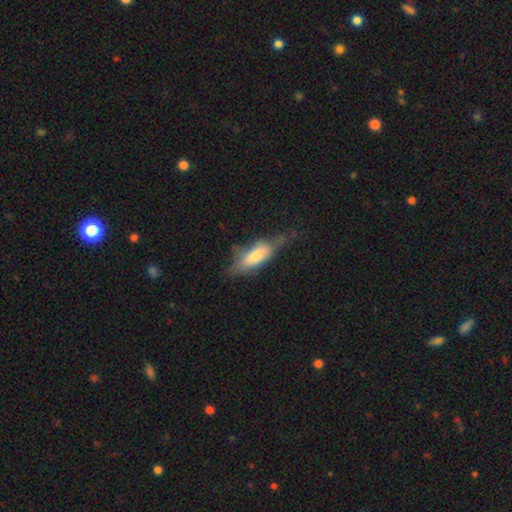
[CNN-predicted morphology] Overall: smooth (70%). How rounded: in between (68%; cigar-shaped 30%). Merging: none (37%; minor disturbance 36%).